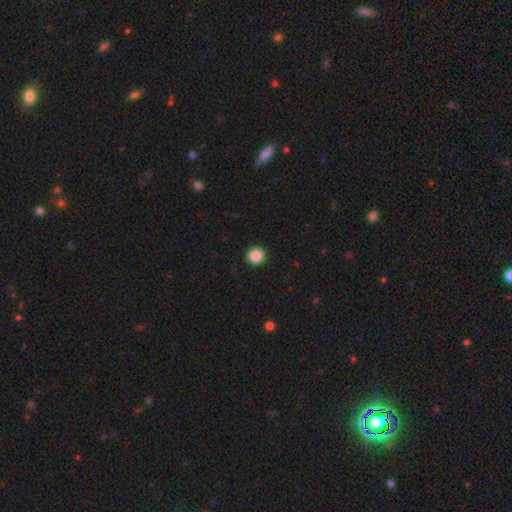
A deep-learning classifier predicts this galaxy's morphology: A smooth galaxy with no disk features (88%) that is round (95%).

Vote fractions:
- Smooth or featured? smooth: 88% / star or artifact: 9% / featured or disk: 3%
- How rounded? round: 95% / in between: 4% / cigar-shaped: 1%
- Merging? none: 93% / minor disturbance: 4% / major disturbance: 1% / merger: 1%